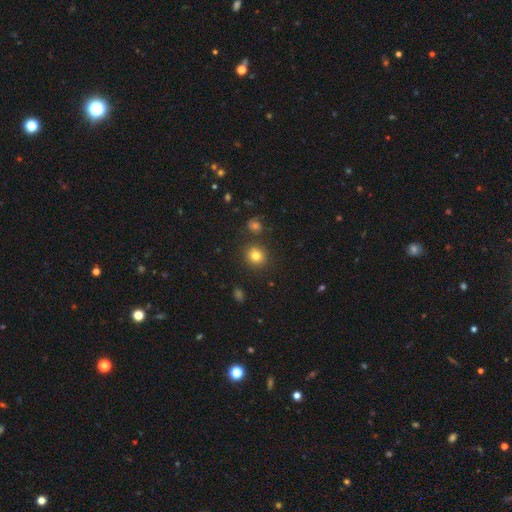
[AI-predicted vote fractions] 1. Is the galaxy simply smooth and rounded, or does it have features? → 80% smooth, 13% star or artifact, 7% featured or disk.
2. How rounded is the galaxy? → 86% round, 13% in between, 1% cigar-shaped.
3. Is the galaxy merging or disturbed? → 86% none, 7% minor disturbance, 5% merger, 3% major disturbance.